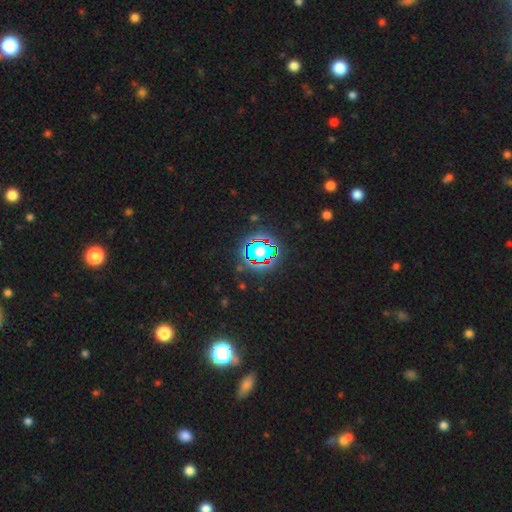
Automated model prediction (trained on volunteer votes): A star or artifact, not a galaxy (80%).

Vote fractions:
- Smooth or featured? star or artifact: 80% / smooth: 13% / featured or disk: 7%